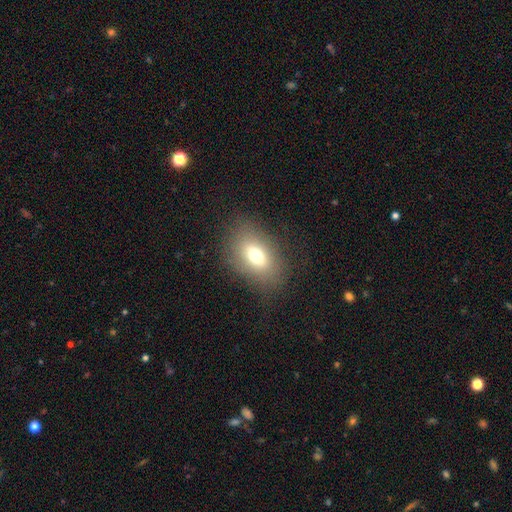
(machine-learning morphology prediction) A smooth galaxy with no disk features (69%) that is in between round and cigar-shaped (80%). Merging: none (82%).